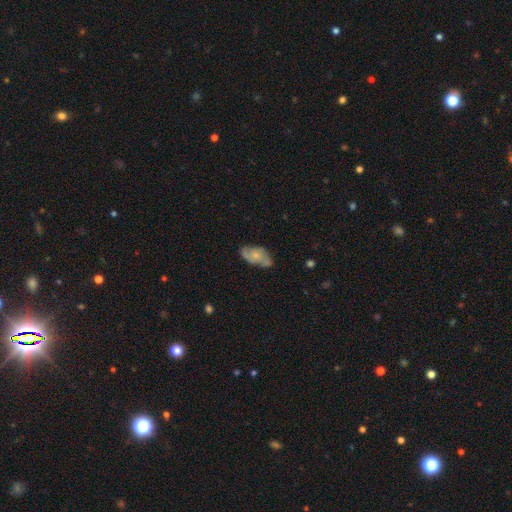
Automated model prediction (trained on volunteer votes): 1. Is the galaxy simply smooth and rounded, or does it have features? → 55% featured or disk, 38% smooth, 7% star or artifact.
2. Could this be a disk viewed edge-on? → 94% no, 6% yes.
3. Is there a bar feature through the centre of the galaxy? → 71% no, 25% weak, 4% strong.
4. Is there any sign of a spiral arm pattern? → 84% yes, 16% no.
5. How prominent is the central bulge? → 55% small, 28% moderate, 13% none, 3% large, 1% dominant.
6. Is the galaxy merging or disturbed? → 62% none, 26% minor disturbance, 8% major disturbance, 4% merger.